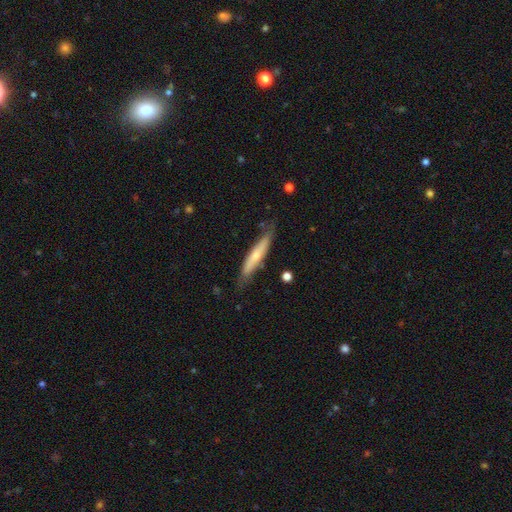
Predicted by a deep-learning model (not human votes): smooth 52%, featured or disk 43%, star or artifact 6%. Down the decision tree: how rounded — cigar-shaped (88%); merging — none (73%).